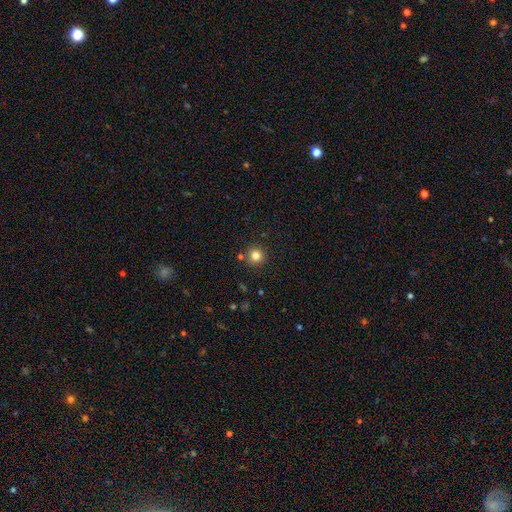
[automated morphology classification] Smooth or featured?
  - smooth: 82% *
  - star or artifact: 13%
  - featured or disk: 5%
How rounded?
  - round: 94% *
  - in between: 5%
  - cigar-shaped: 1%
Merging?
  - none: 87% *
  - minor disturbance: 7%
  - merger: 5%
  - major disturbance: 2%